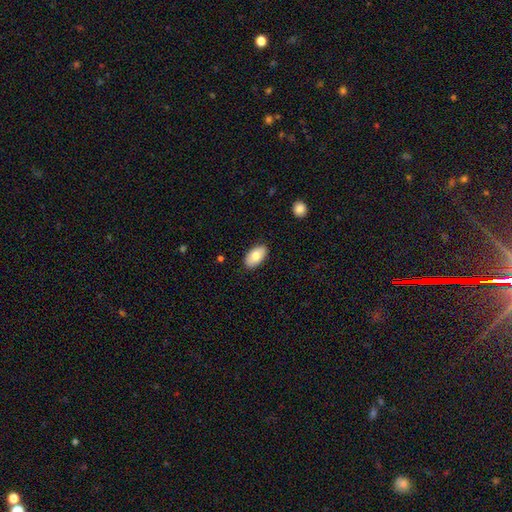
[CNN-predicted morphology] Q: Smooth or featured?
A: smooth (78%); runner-up: featured or disk (15%)
Q: How rounded?
A: in between (95%); runner-up: round (4%)
Q: Merging?
A: none (87%); runner-up: minor disturbance (10%)